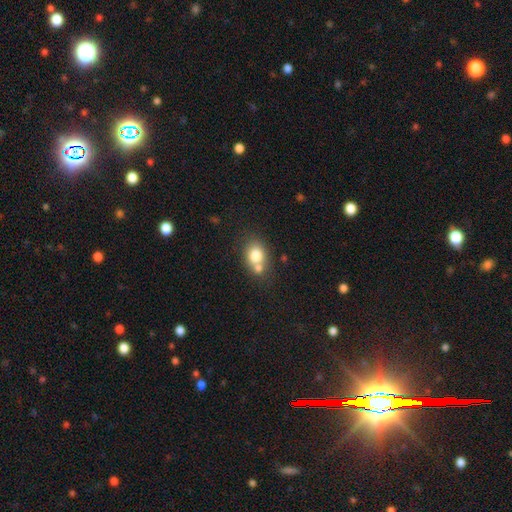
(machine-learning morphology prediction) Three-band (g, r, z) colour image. It shows a smooth galaxy with no disk features (77%) that is round (50%). Merging: none (44%).